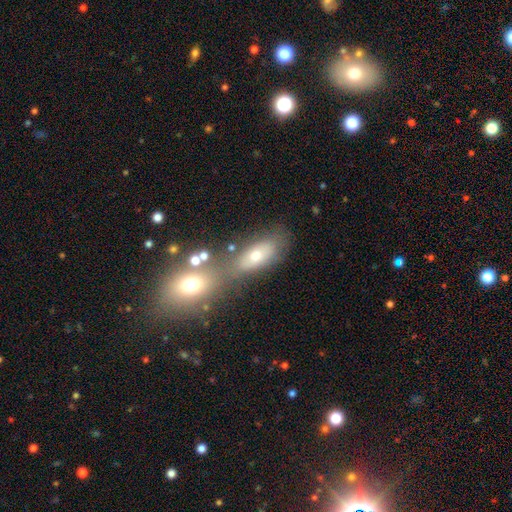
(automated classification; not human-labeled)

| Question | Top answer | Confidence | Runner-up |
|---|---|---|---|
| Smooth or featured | smooth | 63% | featured or disk (24%) |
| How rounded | in between | 72% | cigar-shaped (15%) |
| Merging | none | 46% | merger (34%) |